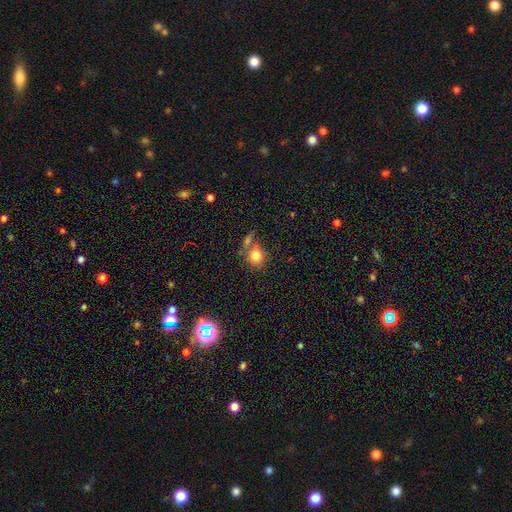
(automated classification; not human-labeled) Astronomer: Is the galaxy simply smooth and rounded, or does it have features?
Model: smooth — 79%.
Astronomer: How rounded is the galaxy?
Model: round — 73%.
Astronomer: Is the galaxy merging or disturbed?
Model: none — 55%.